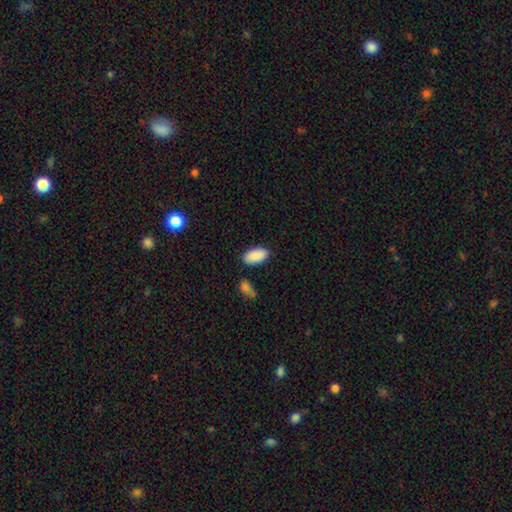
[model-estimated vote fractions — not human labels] Q: Smooth or featured?
A: smooth (90%); runner-up: star or artifact (6%)
Q: How rounded?
A: in between (94%); runner-up: cigar-shaped (4%)
Q: Merging?
A: none (82%); runner-up: minor disturbance (11%)